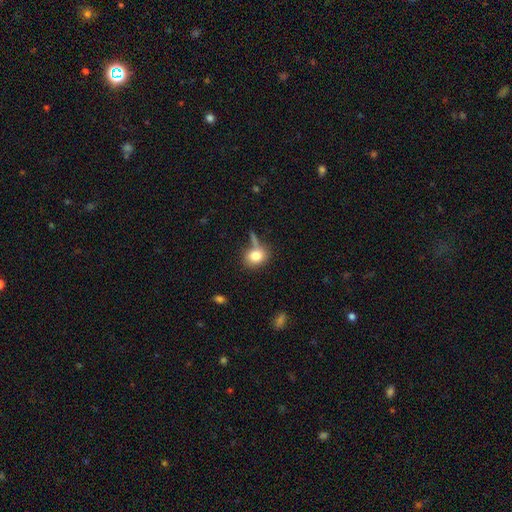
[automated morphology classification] Smooth or featured? smooth (80%)
How rounded? round (54%)
Merging? none (58%)